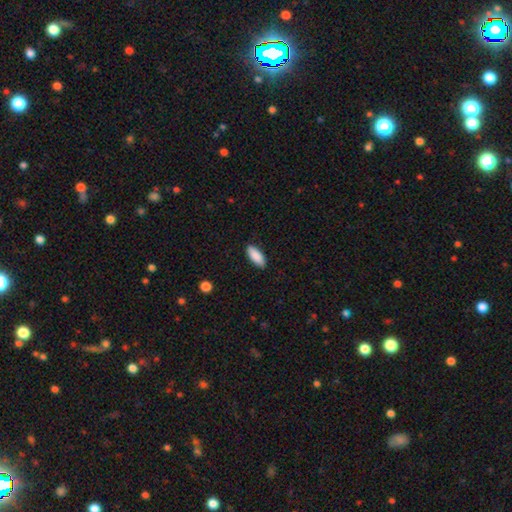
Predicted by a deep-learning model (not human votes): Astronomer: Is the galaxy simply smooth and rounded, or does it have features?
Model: smooth — 90%.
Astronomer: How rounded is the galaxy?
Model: in between — 79%.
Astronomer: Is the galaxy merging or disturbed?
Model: none — 89%.